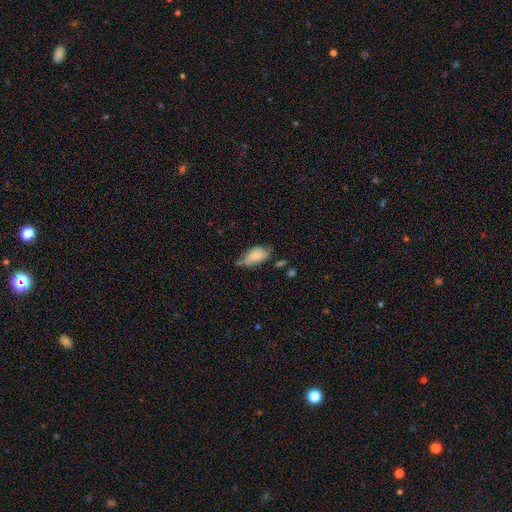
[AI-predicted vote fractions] smooth 76%, featured or disk 17%, star or artifact 8%. Down the decision tree: how rounded — in between (92%); merging — none (41%, tied with minor disturbance).